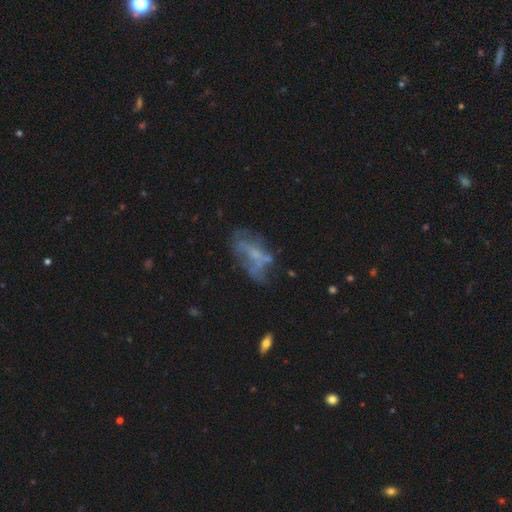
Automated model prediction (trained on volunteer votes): This is possibly a featured or disk galaxy (57%). It is clearly not viewed edge-on (93%). Bar: likely no (73%). Spiral arm pattern: likely no (75%). Central bulge: marginally none (43%). Merging: marginally none (38%).